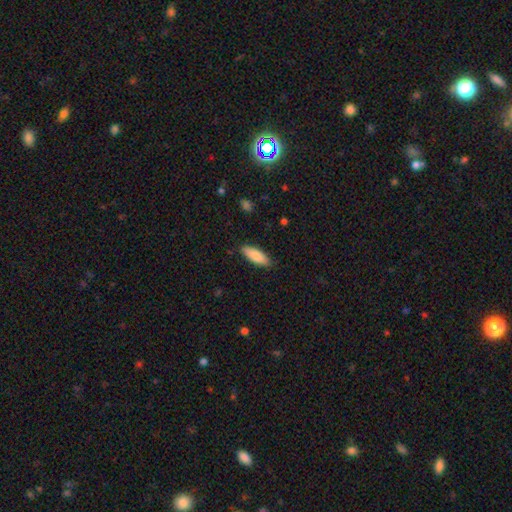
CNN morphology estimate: Smooth or featured: smooth — 85% (featured or disk — 10%)
How rounded: in between — 68% (cigar-shaped — 30%)
Merging: none — 86% (minor disturbance — 11%)